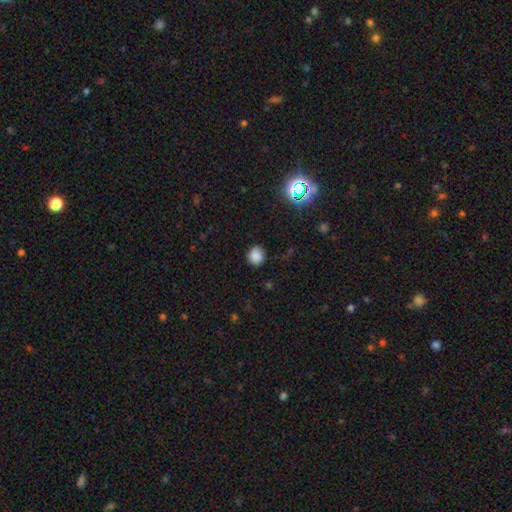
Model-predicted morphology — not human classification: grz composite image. It shows a smooth galaxy with no disk features (83%) that is round (85%). Merging: none (83%).